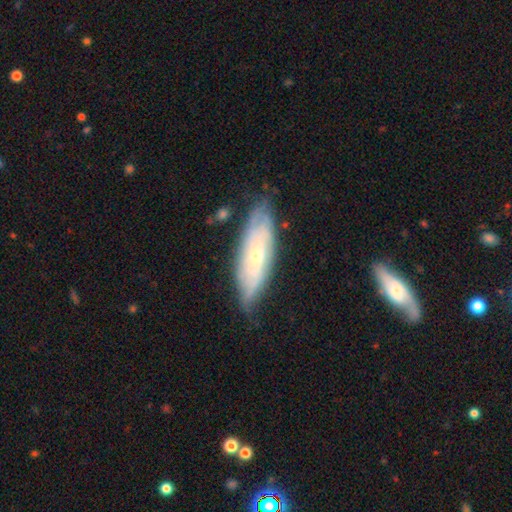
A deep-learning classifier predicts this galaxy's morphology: smooth-or-featured: featured or disk: 64% | smooth: 29% | star or artifact: 6%
  disk-edge-on: no: 79% | yes: 21%
    bar: no: 73% | weak: 21% | strong: 5%
    has-spiral-arms: yes: 77% | no: 23%
    bulge-size: small: 65% | moderate: 32% | large: 1% | none: 1% | dominant: 1%
  merging: none: 73% | minor disturbance: 21% | major disturbance: 4% | merger: 2%